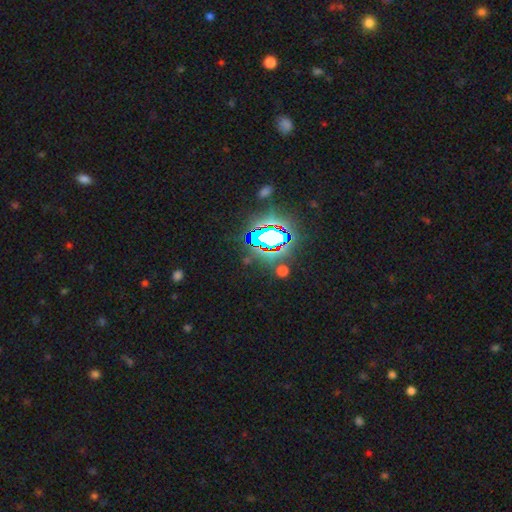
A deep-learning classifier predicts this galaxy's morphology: Q: Smooth or featured?
A: star or artifact (82%); runner-up: smooth (11%)